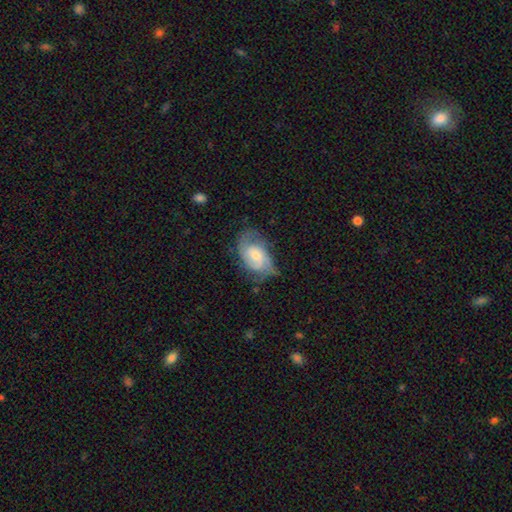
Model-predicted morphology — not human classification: smooth_or_featured: featured or disk (p=0.72) [alt: smooth p=0.22]
disk_edge_on: no (p=0.97) [alt: yes p=0.03]
bar: no (p=0.57) [alt: weak p=0.37]
has_spiral_arms: yes (p=0.91) [alt: no p=0.09]
spiral_winding: medium (p=0.44) [alt: tight p=0.39]
spiral_arm_count: 2 (p=0.64) [alt: can't tell p=0.18]
bulge_size: small (p=0.48) [alt: moderate p=0.44]
merging: none (p=0.55) [alt: minor disturbance p=0.29]